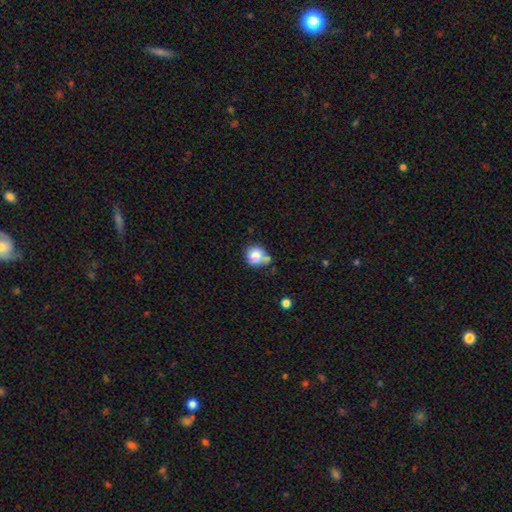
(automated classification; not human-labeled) Smooth or featured?
  - smooth: 81% *
  - featured or disk: 10%
  - star or artifact: 9%
How rounded?
  - round: 86% *
  - in between: 13%
  - cigar-shaped: 1%
Merging?
  - none: 52% *
  - merger: 22%
  - minor disturbance: 20%
  - major disturbance: 6%